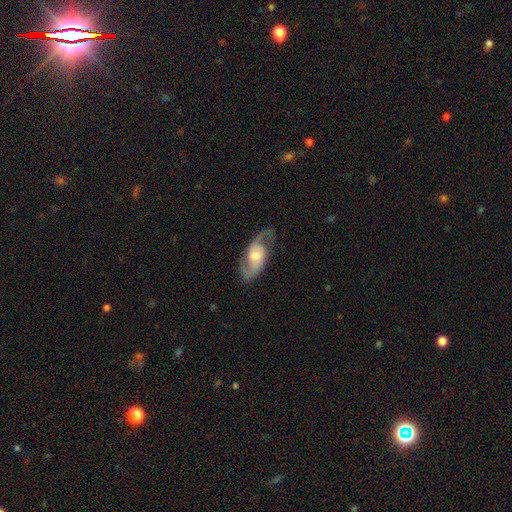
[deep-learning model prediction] This appears to be a featured or disk galaxy (86%) with no bar (54%), 2 (91%) medium (50%) spiral arms (96%) and a moderate central bulge (54%). Merging: none (75%).